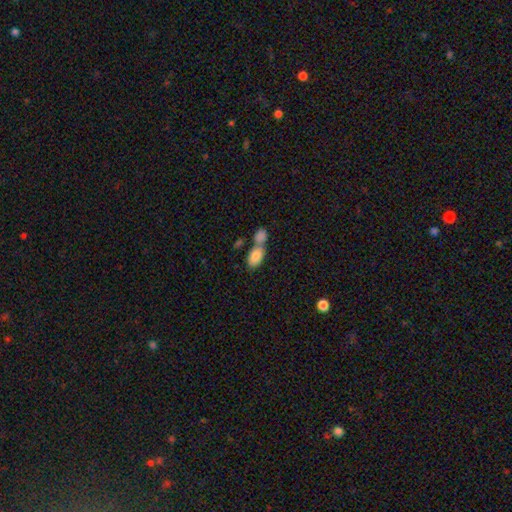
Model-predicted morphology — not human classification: A smooth galaxy with no disk features (84%) that is in between round and cigar-shaped (90%). Merging: merger (60%).